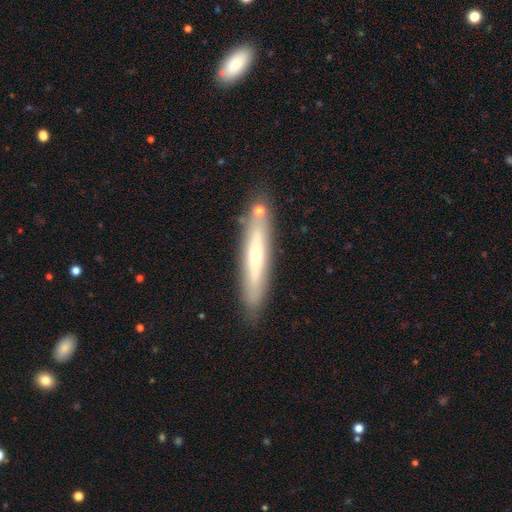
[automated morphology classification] smooth-or-featured: featured or disk: 54% | smooth: 39% | star or artifact: 7%
  disk-edge-on: yes: 74% | no: 26%
  merging: none: 81% | minor disturbance: 11% | merger: 6% | major disturbance: 3%